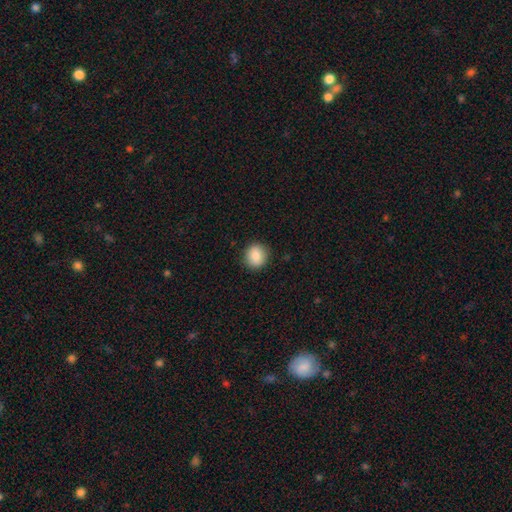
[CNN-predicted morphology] Smooth or featured? Predicted: smooth (p=0.86). How rounded? Predicted: round (p=0.83). Merging? Predicted: none (p=0.90).